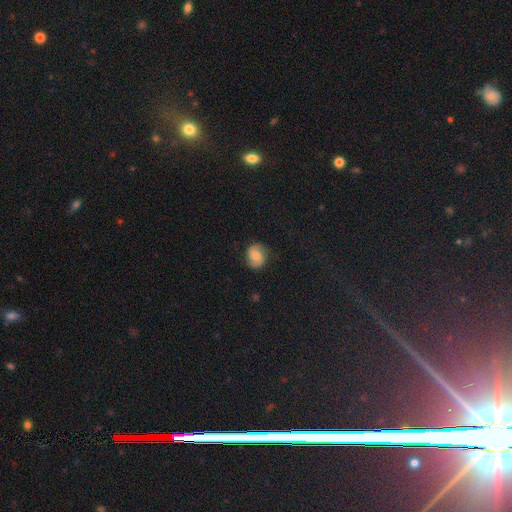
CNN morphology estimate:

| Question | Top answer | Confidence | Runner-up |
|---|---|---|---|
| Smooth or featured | smooth | 52% | featured or disk (39%) |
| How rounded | round | 65% | in between (34%) |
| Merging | none | 81% | minor disturbance (14%) |